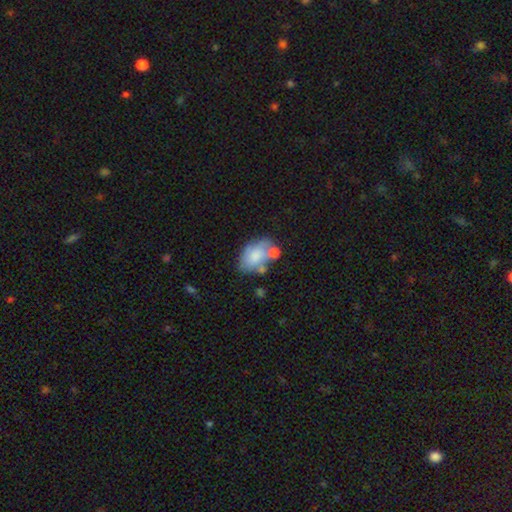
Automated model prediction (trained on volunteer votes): A smooth galaxy with no disk features (68%) that is in between round and cigar-shaped (87%).

Vote fractions:
- Smooth or featured? smooth: 68% / featured or disk: 24% / star or artifact: 8%
- How rounded? in between: 87% / round: 11% / cigar-shaped: 1%
- Merging? none: 39% / merger: 27% / minor disturbance: 23% / major disturbance: 11%